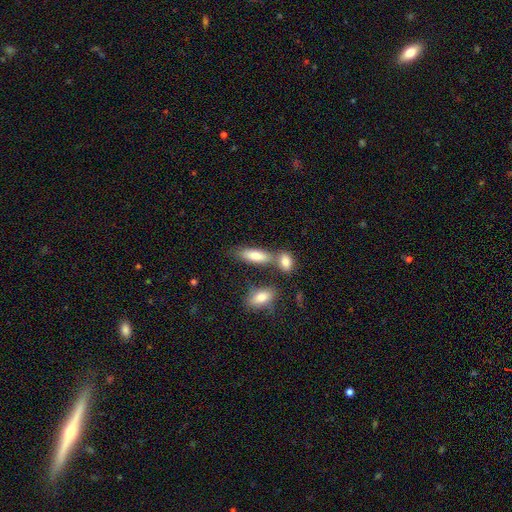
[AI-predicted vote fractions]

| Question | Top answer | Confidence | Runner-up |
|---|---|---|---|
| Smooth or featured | smooth | 78% | featured or disk (15%) |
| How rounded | in between | 64% | cigar-shaped (33%) |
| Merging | none | 53% | merger (30%) |